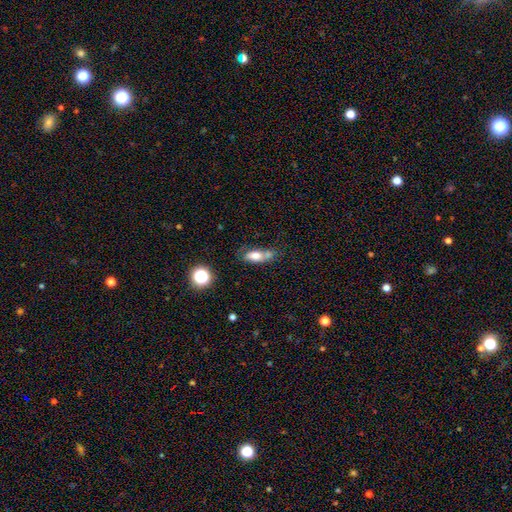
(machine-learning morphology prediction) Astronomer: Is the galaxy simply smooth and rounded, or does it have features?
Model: smooth — 72%.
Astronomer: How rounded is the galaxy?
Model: in between — 74%.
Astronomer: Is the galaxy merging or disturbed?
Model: none — 39% (runner-up: merger, 34%).